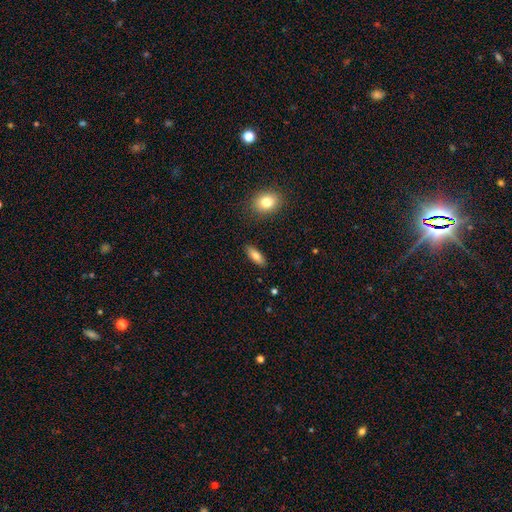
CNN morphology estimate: Smooth or featured? Predicted: smooth (p=0.78). How rounded? Predicted: in between (p=0.70). Merging? Predicted: none (p=0.88).